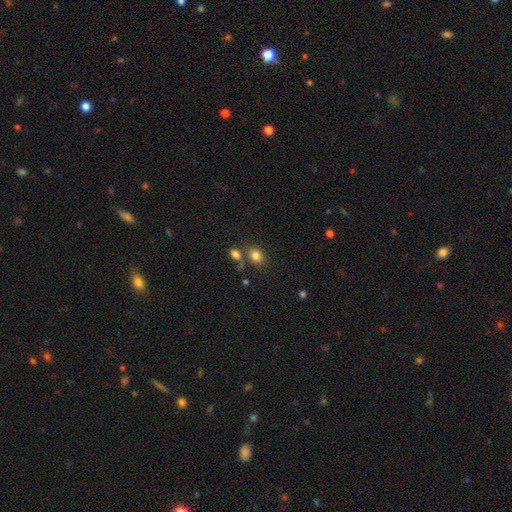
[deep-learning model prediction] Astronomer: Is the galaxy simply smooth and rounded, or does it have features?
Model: smooth — 81%.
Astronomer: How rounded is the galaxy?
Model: in between — 54% (runner-up: round, 45%).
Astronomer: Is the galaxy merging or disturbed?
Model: none — 63%.